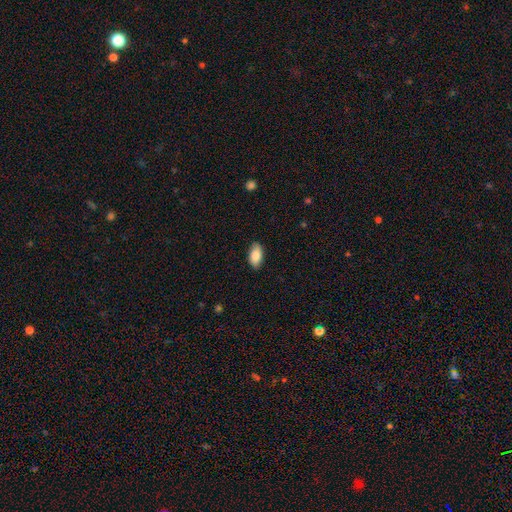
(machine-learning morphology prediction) Smooth or featured: smooth — 84% (featured or disk — 10%)
How rounded: in between — 93% (cigar-shaped — 4%)
Merging: none — 86% (minor disturbance — 11%)